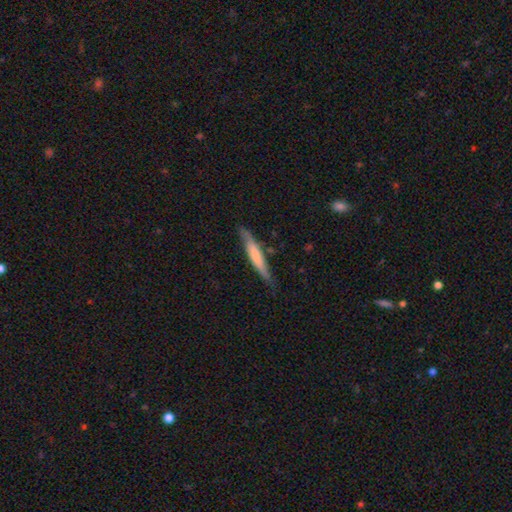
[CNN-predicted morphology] Smooth or featured?
  - smooth: 61% *
  - featured or disk: 33%
  - star or artifact: 5%
How rounded?
  - cigar-shaped: 92% *
  - in between: 7%
  - round: 1%
Merging?
  - none: 79% *
  - minor disturbance: 16%
  - major disturbance: 3%
  - merger: 2%